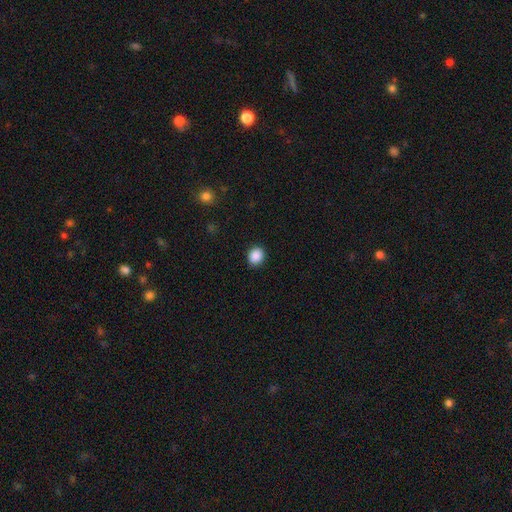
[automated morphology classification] type=smooth (89%); roundness=round (69%); merging=none (90%).